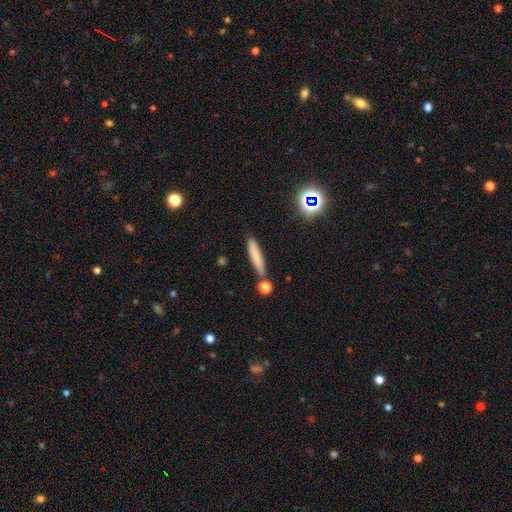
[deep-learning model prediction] The model was most divided on "smooth or featured": smooth: 75%, featured or disk: 15%, star or artifact: 10%. More confident: how rounded — cigar-shaped (86%); merging — none (80%).